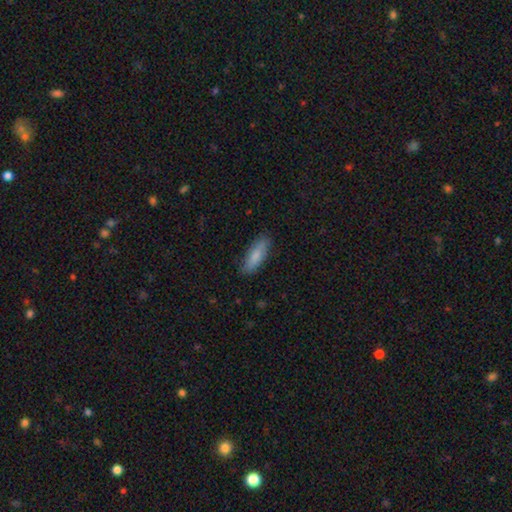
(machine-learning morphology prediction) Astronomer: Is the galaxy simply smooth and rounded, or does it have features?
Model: smooth — 82%.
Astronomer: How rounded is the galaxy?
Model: in between — 55% (runner-up: cigar-shaped, 43%).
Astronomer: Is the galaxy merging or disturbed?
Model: none — 84%.